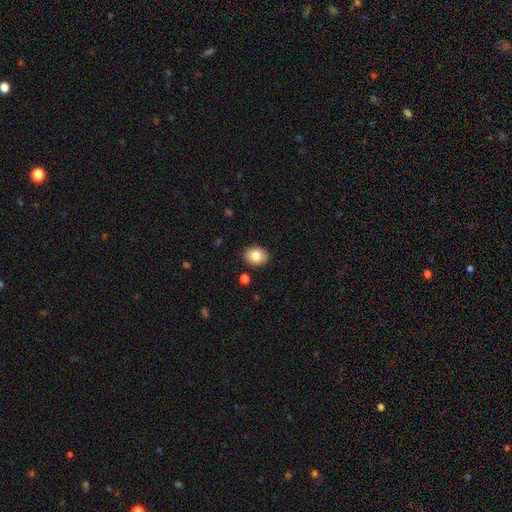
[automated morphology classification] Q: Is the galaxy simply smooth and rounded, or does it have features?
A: smooth — 81%.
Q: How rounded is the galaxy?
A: in between — 56%.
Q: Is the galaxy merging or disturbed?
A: none — 88%.